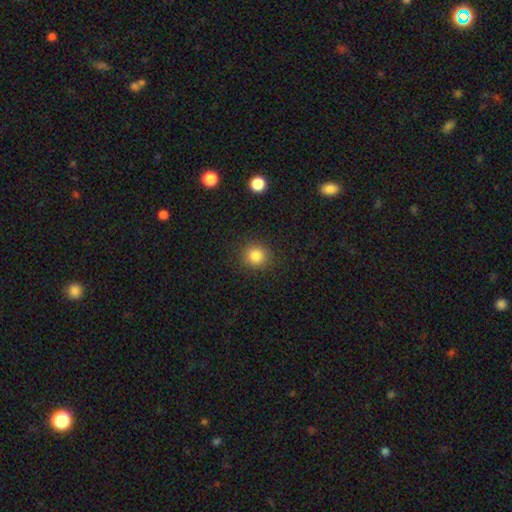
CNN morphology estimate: Smooth or featured? Predicted: smooth (p=0.84). How rounded? Predicted: round (p=0.87). Merging? Predicted: none (p=0.89).